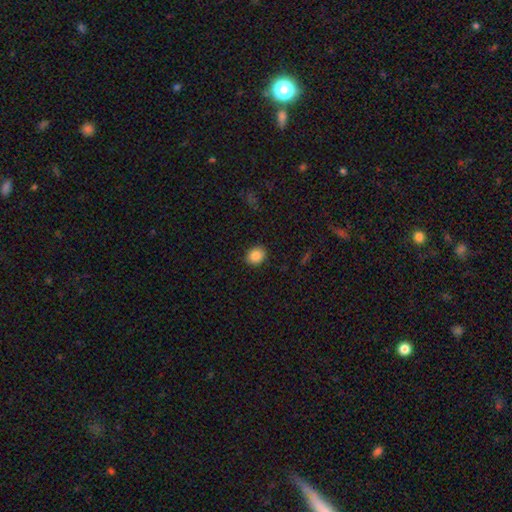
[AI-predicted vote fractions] Q: Smooth or featured?
A: smooth (86%); runner-up: star or artifact (9%)
Q: How rounded?
A: round (59%); runner-up: in between (40%)
Q: Merging?
A: none (90%); runner-up: minor disturbance (7%)